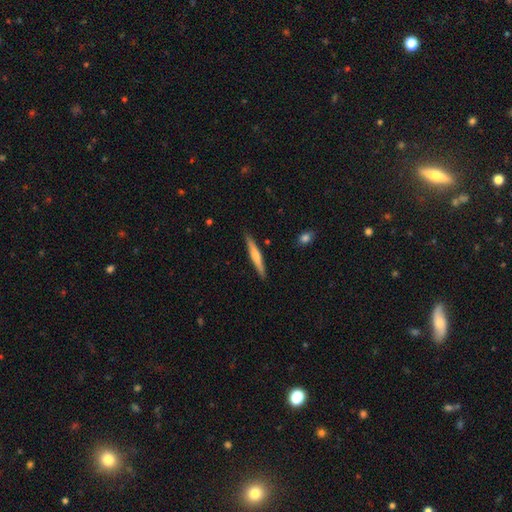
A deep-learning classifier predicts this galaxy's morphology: The model was most divided on "smooth or featured": smooth: 54%, featured or disk: 41%, star or artifact: 5%. More confident: how rounded — cigar-shaped (95%); merging — none (89%).